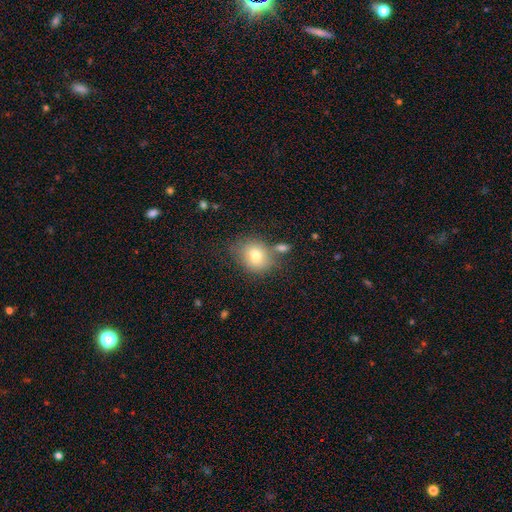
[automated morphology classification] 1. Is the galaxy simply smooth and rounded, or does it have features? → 74% smooth, 15% featured or disk, 11% star or artifact.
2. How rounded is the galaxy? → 66% round, 33% in between, 1% cigar-shaped.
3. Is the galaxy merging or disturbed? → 62% none, 17% minor disturbance, 15% merger, 6% major disturbance.